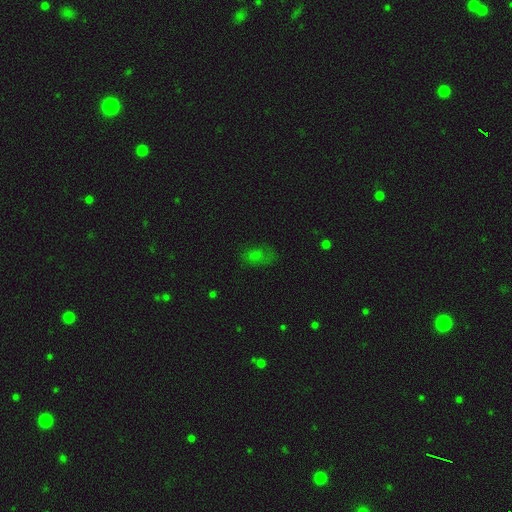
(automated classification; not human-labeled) Smooth or featured? smooth (66%)
How rounded? in between (85%)
Merging? none (53%)